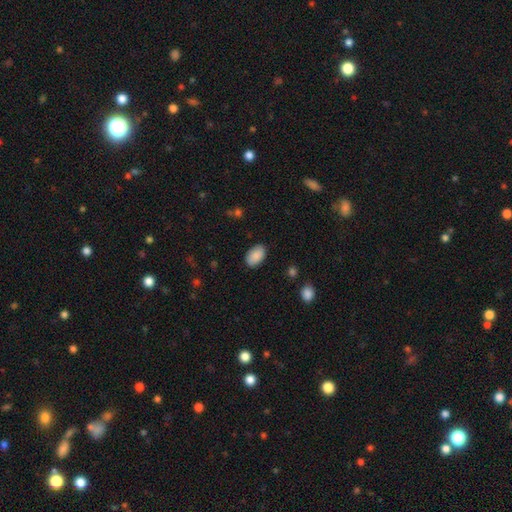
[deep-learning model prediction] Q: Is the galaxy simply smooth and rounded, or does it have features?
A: smooth — 89%.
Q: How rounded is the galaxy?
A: in between — 93%.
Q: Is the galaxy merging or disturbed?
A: none — 87%.